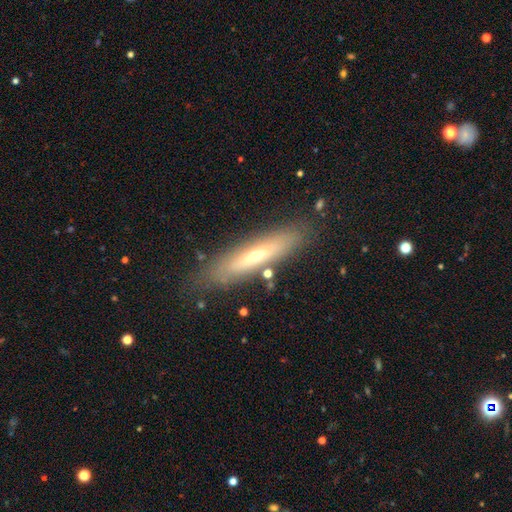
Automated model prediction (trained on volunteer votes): Smooth or featured? Predicted: featured or disk (p=0.51). Edge-on disk? Predicted: yes (p=0.66). Merging? Predicted: none (p=0.81).